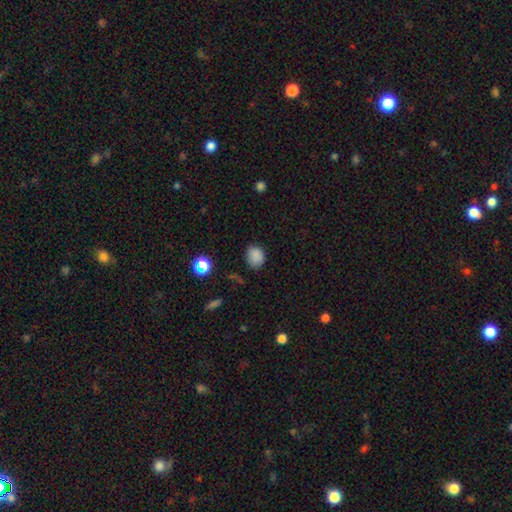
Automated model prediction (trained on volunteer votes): smooth 82%, star or artifact 13%, featured or disk 5%. Down the decision tree: how rounded — round (62%); merging — none (76%).